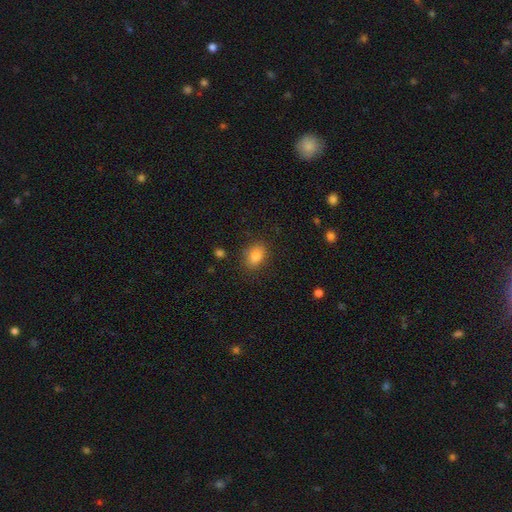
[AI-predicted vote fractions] A smooth galaxy with no disk features (84%) that is in between round and cigar-shaped (76%).

Vote fractions:
- Smooth or featured? smooth: 84% / star or artifact: 9% / featured or disk: 7%
- How rounded? in between: 76% / round: 22% / cigar-shaped: 2%
- Merging? none: 81% / minor disturbance: 14% / major disturbance: 4% / merger: 2%